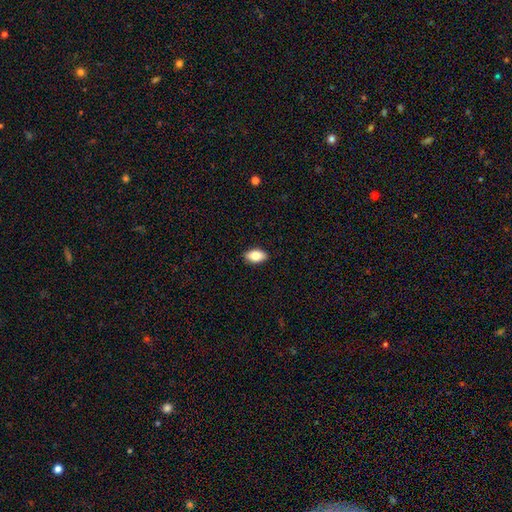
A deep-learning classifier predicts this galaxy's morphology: Smooth or featured?
  - smooth: 84% *
  - featured or disk: 9%
  - star or artifact: 7%
How rounded?
  - in between: 92% *
  - round: 5%
  - cigar-shaped: 2%
Merging?
  - none: 89% *
  - minor disturbance: 8%
  - major disturbance: 2%
  - merger: 1%